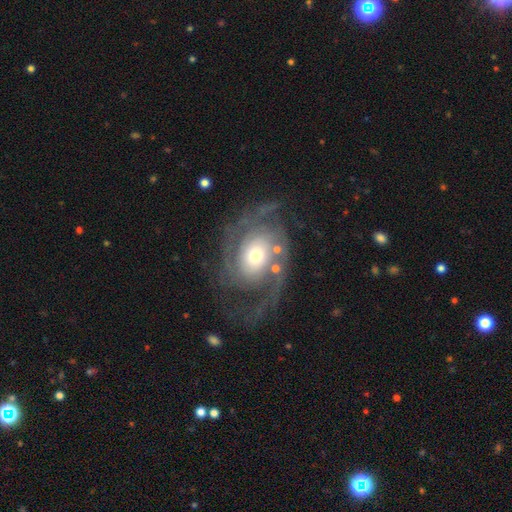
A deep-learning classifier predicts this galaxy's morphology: A featured or disk galaxy (86%) with no bar (74%), 2 (54%) tight (49%) spiral arms (94%) and a moderate central bulge (56%). Merging: none (58%).